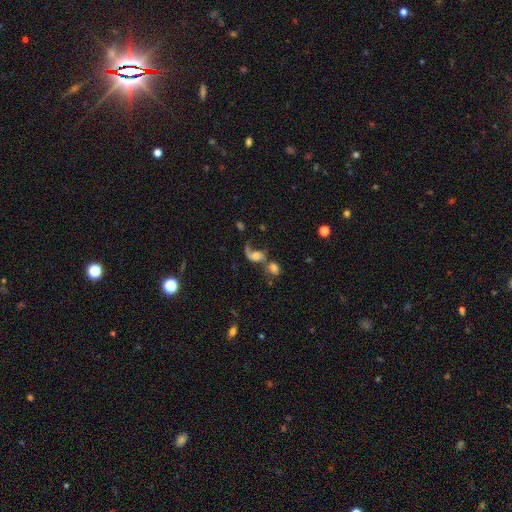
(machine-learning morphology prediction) Smooth or featured?
  - featured or disk: 47% *
  - smooth: 41%
  - star or artifact: 12%
Merging?
  - merger: 50% *
  - major disturbance: 23%
  - none: 18%
  - minor disturbance: 9%